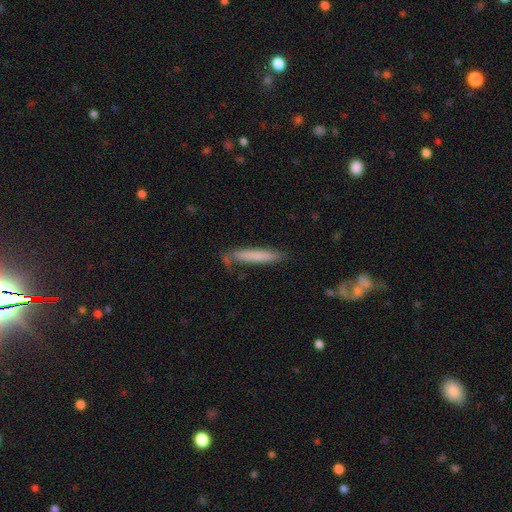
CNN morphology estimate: smooth-or-featured: smooth: 69% | featured or disk: 25% | star or artifact: 6%
  how-rounded: cigar-shaped: 94% | in between: 5% | round: 1%
  merging: none: 70% | minor disturbance: 20% | major disturbance: 5% | merger: 4%